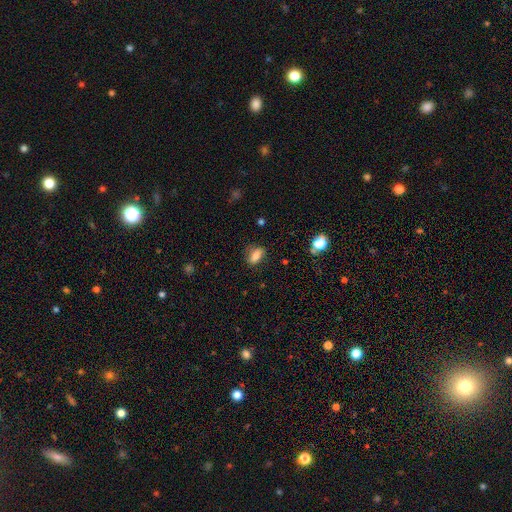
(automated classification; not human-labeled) A smooth galaxy with no disk features (78%) that is in between round and cigar-shaped (81%). Merging: none (70%).